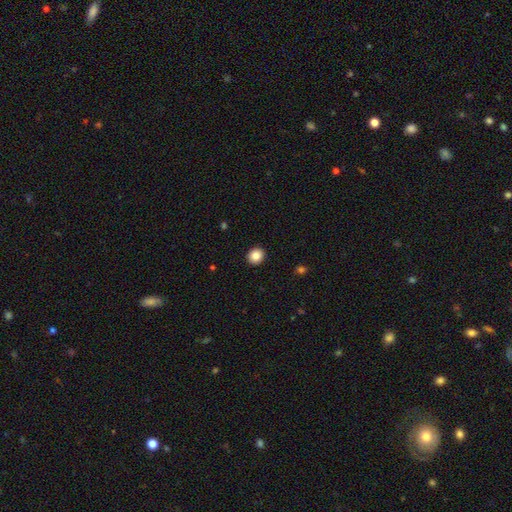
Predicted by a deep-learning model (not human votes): This appears to be a smooth galaxy with no disk features (86%) that is round (83%). Merging: none (93%).